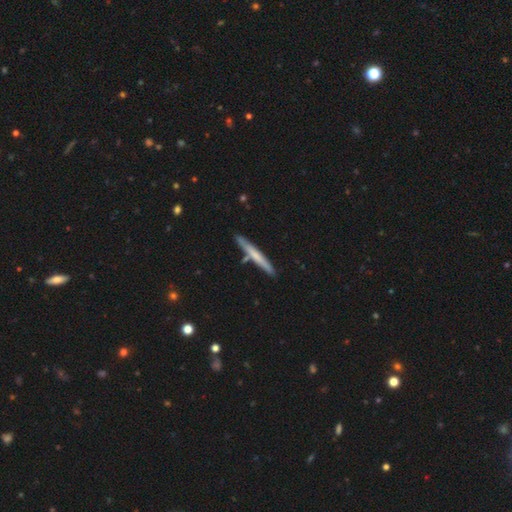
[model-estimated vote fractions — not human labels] Smooth or featured? smooth (55%)
How rounded? cigar-shaped (96%)
Merging? none (80%)